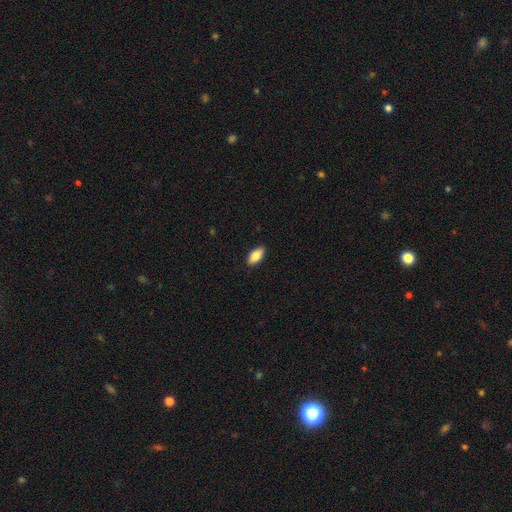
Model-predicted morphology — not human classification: This is clearly a smooth galaxy (82%). How rounded: clearly in between (90%). Merging: clearly none (88%).